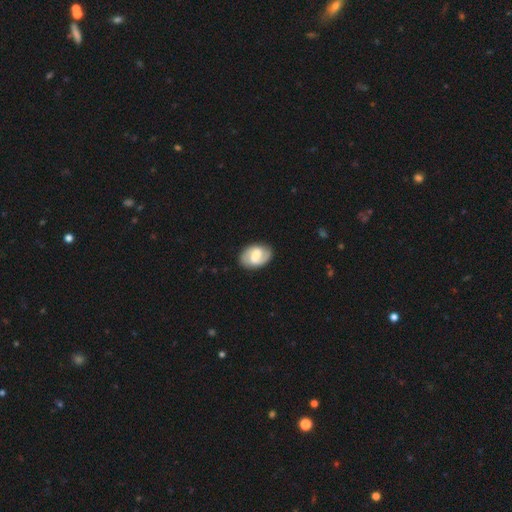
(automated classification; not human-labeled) Smooth or featured? Predicted: featured or disk (p=0.66). Edge-on disk? Predicted: no (p=0.97). Bar? Predicted: weak (p=0.47). Spiral arms? Predicted: yes (p=0.82). Spiral winding? Predicted: medium (p=0.42). Spiral arm count? Predicted: 2 (p=0.84). Bulge size? Predicted: moderate (p=0.40). Merging? Predicted: none (p=0.82).